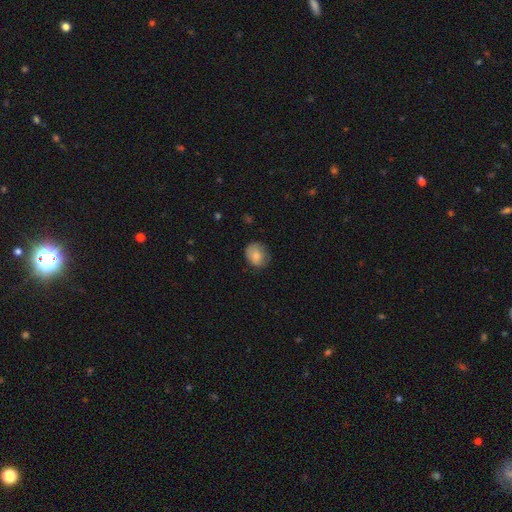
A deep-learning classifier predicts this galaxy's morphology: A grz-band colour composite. It shows a smooth galaxy with no disk features (79%) that is round (64%). Merging: none (68%).